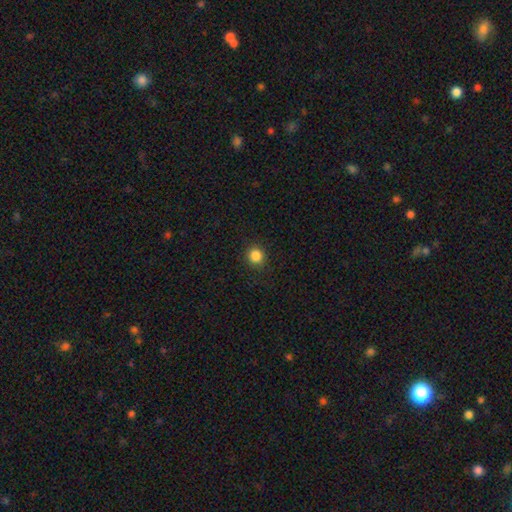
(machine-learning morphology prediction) Smooth or featured? Predicted: smooth (p=0.85). How rounded? Predicted: round (p=0.91). Merging? Predicted: none (p=0.91).